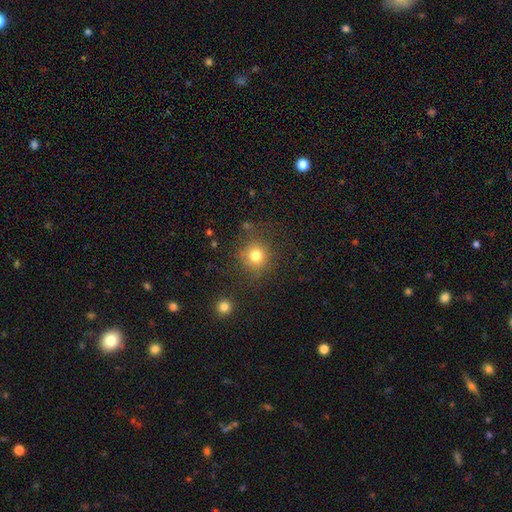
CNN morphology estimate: Smooth or featured? smooth (79%)
How rounded? round (91%)
Merging? none (80%)